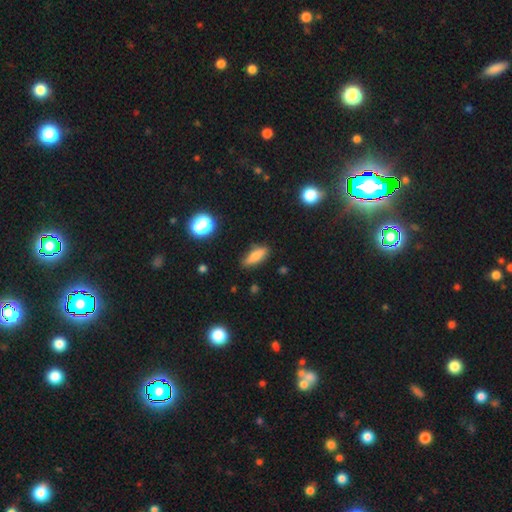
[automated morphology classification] Smooth or featured? smooth (77%)
How rounded? in between (59%)
Merging? none (82%)